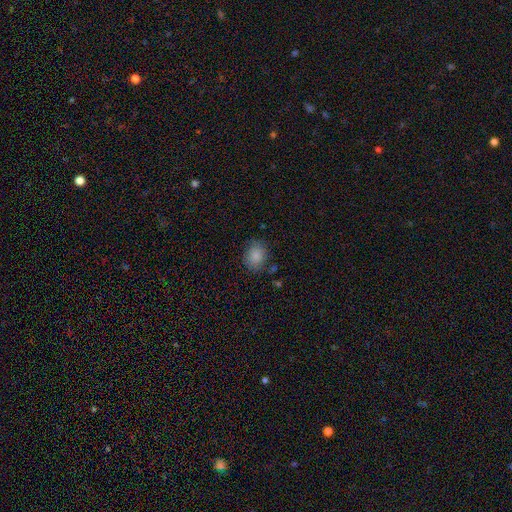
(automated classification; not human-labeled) Smooth or featured: smooth — 86% (star or artifact — 9%)
How rounded: round — 54% (in between — 45%)
Merging: none — 80% (minor disturbance — 14%)